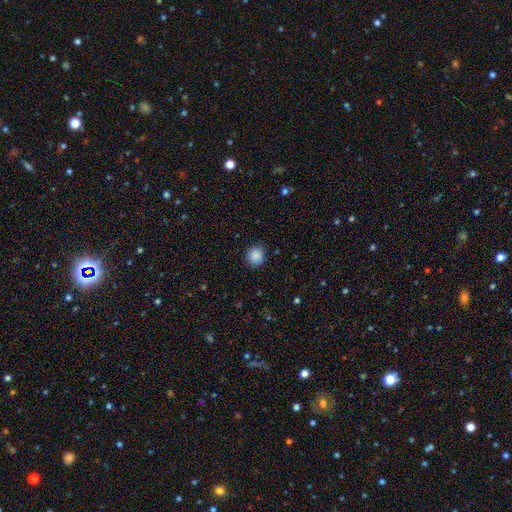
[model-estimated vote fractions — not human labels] Smooth or featured?
  - smooth: 88% *
  - star or artifact: 9%
  - featured or disk: 3%
How rounded?
  - round: 86% *
  - in between: 13%
  - cigar-shaped: 1%
Merging?
  - none: 88% *
  - minor disturbance: 9%
  - major disturbance: 2%
  - merger: 1%